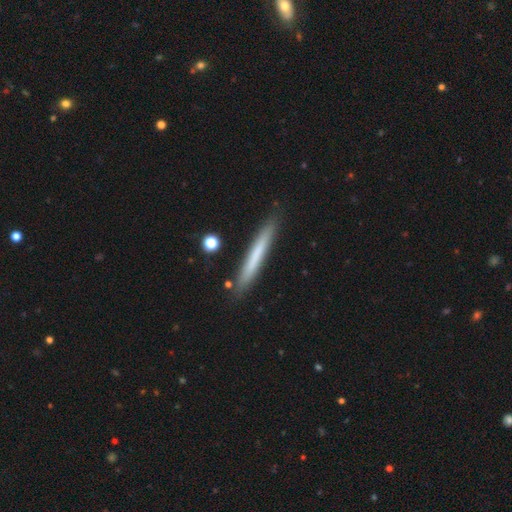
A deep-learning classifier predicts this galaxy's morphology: A smooth galaxy with no disk features (63%) that is cigar-shaped (97%). Merging: none (88%).